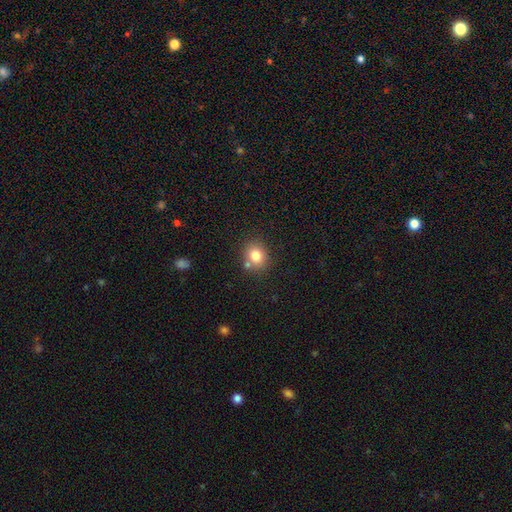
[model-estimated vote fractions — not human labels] A smooth galaxy with no disk features (80%) that is round (71%).

Vote fractions:
- Smooth or featured? smooth: 80% / star or artifact: 11% / featured or disk: 8%
- How rounded? round: 71% / in between: 29% / cigar-shaped: 1%
- Merging? none: 73% / merger: 13% / minor disturbance: 11% / major disturbance: 3%